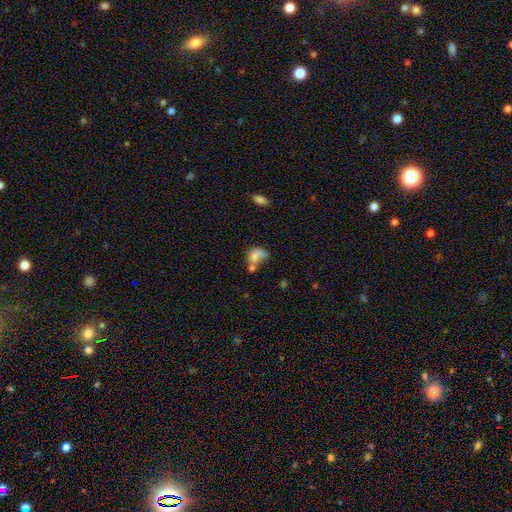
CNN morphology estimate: The model was most divided on "merging": merger: 45%, none: 21%, major disturbance: 18%, minor disturbance: 16%. More confident: how rounded — in between (75%); smooth or featured — smooth (71%).